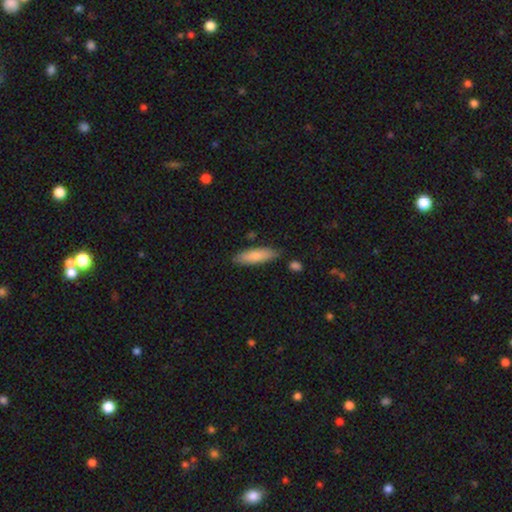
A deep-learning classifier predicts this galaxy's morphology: Smooth or featured? Predicted: smooth (p=0.83). How rounded? Predicted: cigar-shaped (p=0.56). Merging? Predicted: none (p=0.81).